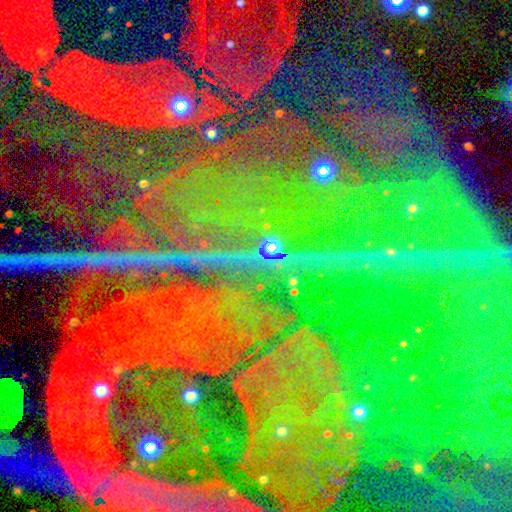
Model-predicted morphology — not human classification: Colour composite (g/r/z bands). It shows a star or artifact, not a galaxy (88%).